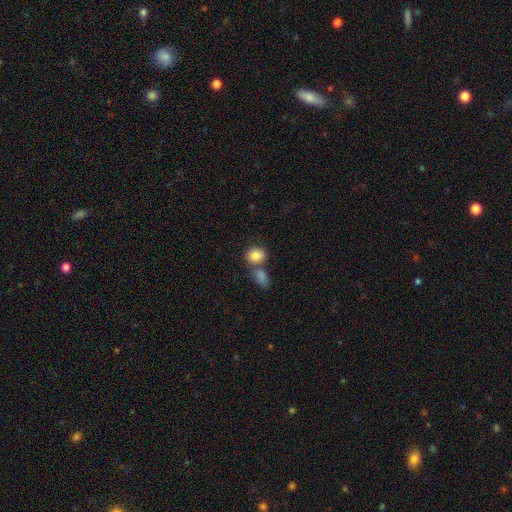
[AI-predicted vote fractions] Overall: smooth (84%). How rounded: round (68%; in between 31%). Merging: none (55%; merger 31%).